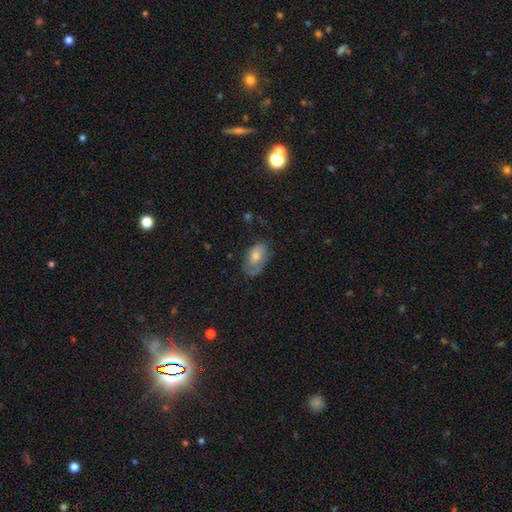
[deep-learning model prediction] Morphology: type=smooth (52%); roundness=in between (89%); merging=none (59%).